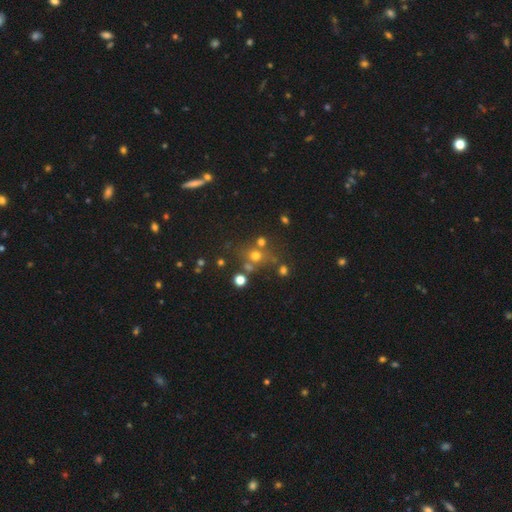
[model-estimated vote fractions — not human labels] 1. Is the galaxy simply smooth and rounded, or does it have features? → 58% smooth, 27% star or artifact, 15% featured or disk.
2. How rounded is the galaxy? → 83% round, 16% in between, 1% cigar-shaped.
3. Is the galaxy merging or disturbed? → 63% none, 20% merger, 11% minor disturbance, 6% major disturbance.